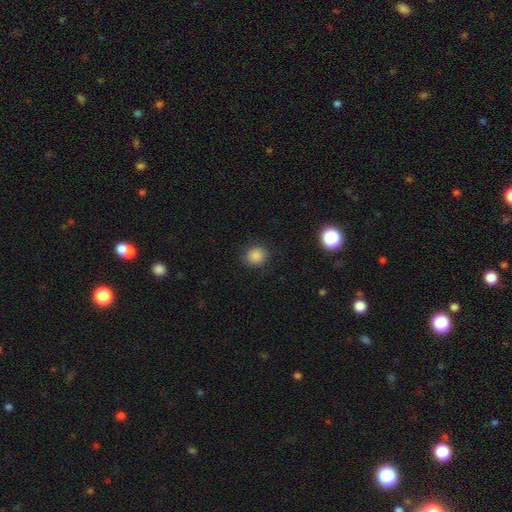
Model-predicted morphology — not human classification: This appears to be a smooth galaxy with no disk features (85%) that is round (81%). Merging: none (87%).